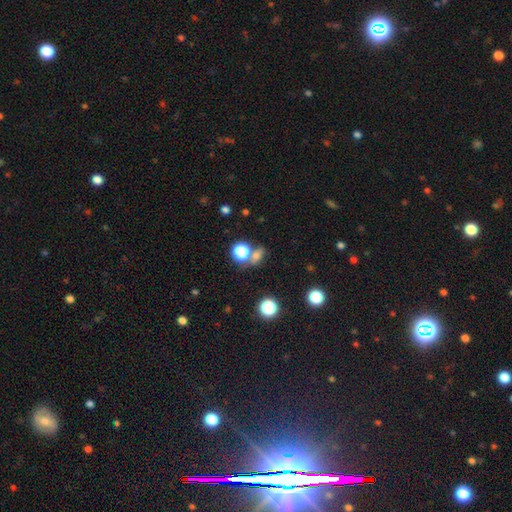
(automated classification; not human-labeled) Q: Smooth or featured?
A: smooth (63%); runner-up: star or artifact (24%)
Q: How rounded?
A: round (48%); runner-up: in between (47%)
Q: Merging?
A: none (58%); runner-up: merger (25%)